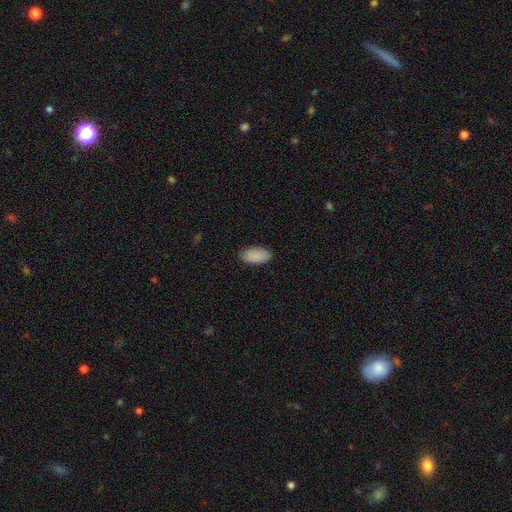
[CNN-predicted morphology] Overall: smooth (90%). How rounded: in between (94%). Merging: none (88%).